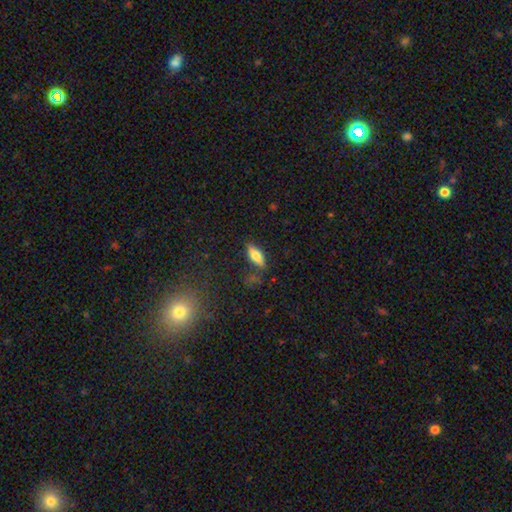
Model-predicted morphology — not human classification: Smooth or featured: smooth — 73% (featured or disk — 19%)
How rounded: in between — 64% (cigar-shaped — 34%)
Merging: none — 78% (minor disturbance — 15%)